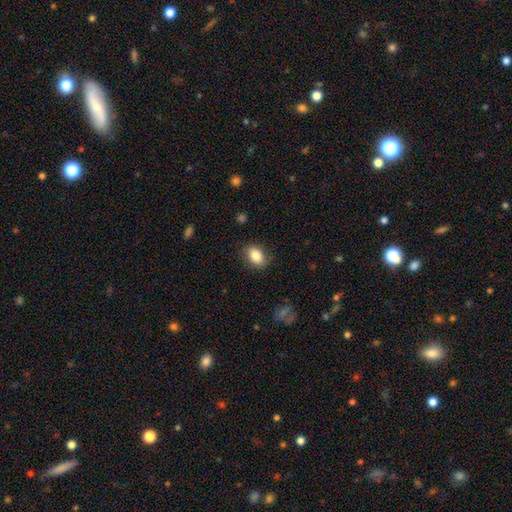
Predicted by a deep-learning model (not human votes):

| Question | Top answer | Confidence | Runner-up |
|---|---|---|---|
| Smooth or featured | smooth | 84% | star or artifact (8%) |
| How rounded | in between | 76% | round (22%) |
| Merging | none | 84% | minor disturbance (12%) |